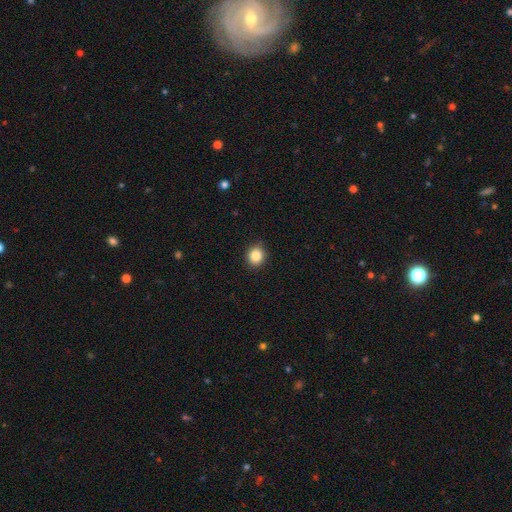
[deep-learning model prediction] Overall: smooth (85%). How rounded: round (78%). Merging: none (89%).